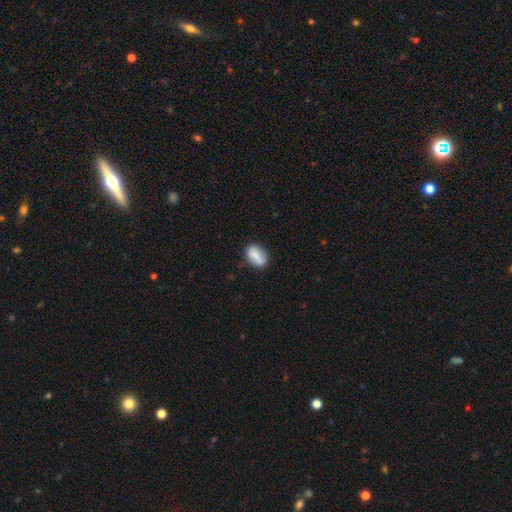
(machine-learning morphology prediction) type=smooth (74%); roundness=in between (84%); merging=none (69%).